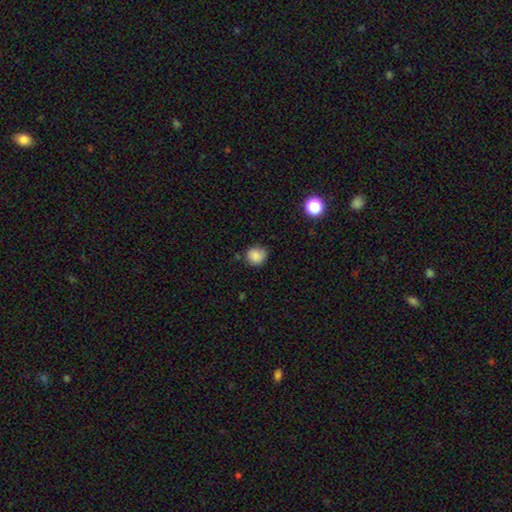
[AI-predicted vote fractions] Q: Smooth or featured?
A: smooth (86%); runner-up: star or artifact (10%)
Q: How rounded?
A: round (86%); runner-up: in between (13%)
Q: Merging?
A: none (74%); runner-up: minor disturbance (20%)